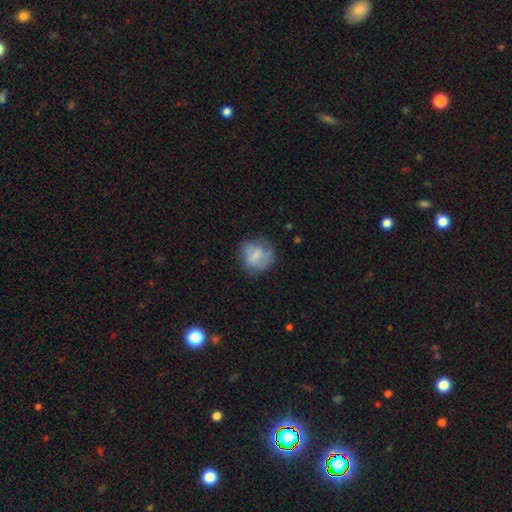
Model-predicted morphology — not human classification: Overall: smooth (64%; featured or disk 28%). How rounded: round (76%). Merging: none (60%; minor disturbance 24%).